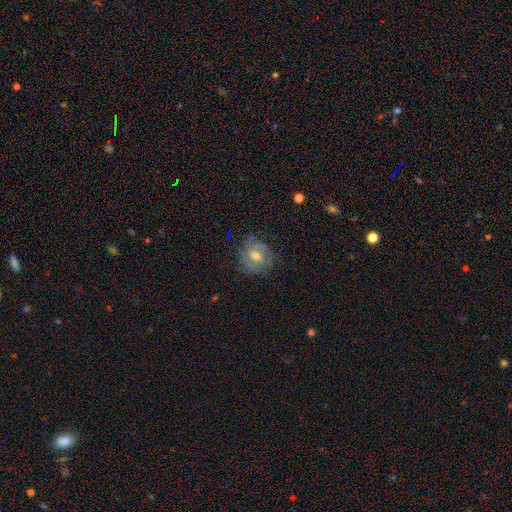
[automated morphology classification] Smooth or featured? featured or disk (69%)
Edge-on disk? no (97%)
Bar? weak (45%)
Spiral arms? yes (87%)
Spiral winding? tight (54%)
Spiral arm count? 2 (35%)
Bulge size? moderate (62%)
Merging? none (71%)